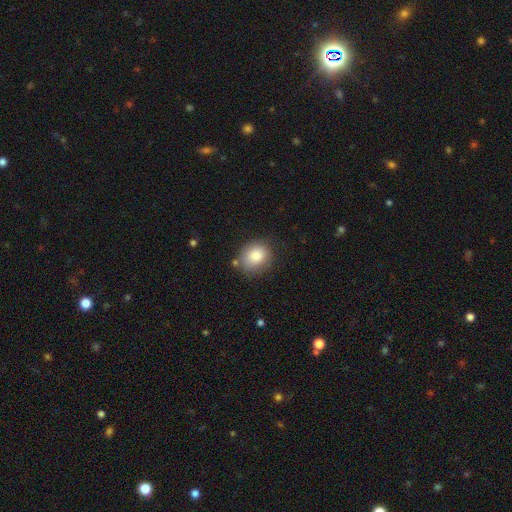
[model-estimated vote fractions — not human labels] Smooth or featured? smooth (83%)
How rounded? round (66%)
Merging? none (74%)